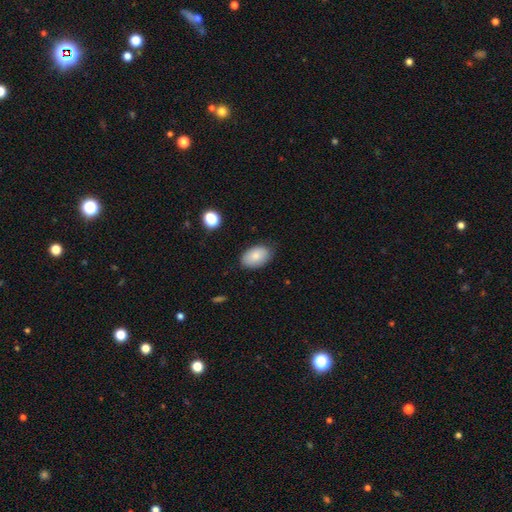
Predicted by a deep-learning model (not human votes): Q: Smooth or featured?
A: smooth (83%); runner-up: featured or disk (9%)
Q: How rounded?
A: in between (92%); runner-up: round (7%)
Q: Merging?
A: none (82%); runner-up: minor disturbance (14%)